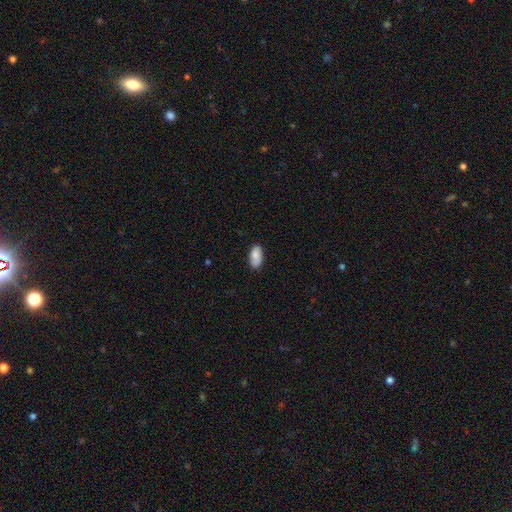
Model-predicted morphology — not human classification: The model was most divided on "merging": none: 80%, minor disturbance: 16%, major disturbance: 3%, merger: 2%. More confident: how rounded — in between (93%); smooth or featured — smooth (82%).